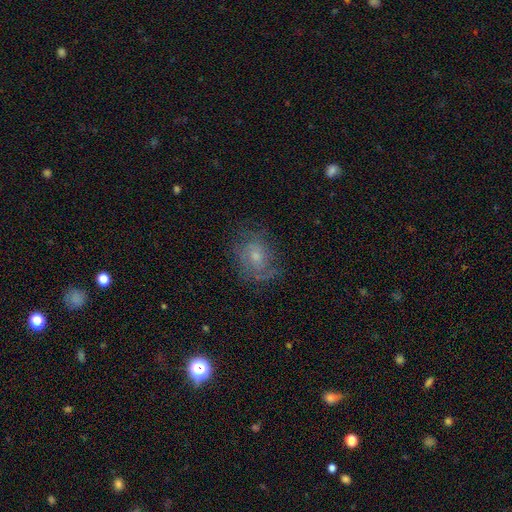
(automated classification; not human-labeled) The model was most divided on "smooth or featured": featured or disk: 52%, smooth: 37%, star or artifact: 12%. More confident: edge-on disk — no (96%); merging — none (61%).